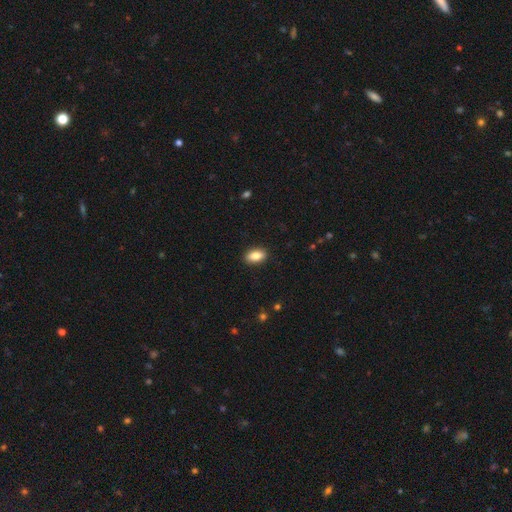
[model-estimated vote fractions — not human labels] A smooth galaxy with no disk features (84%) that is in between round and cigar-shaped (90%). Merging: none (90%).